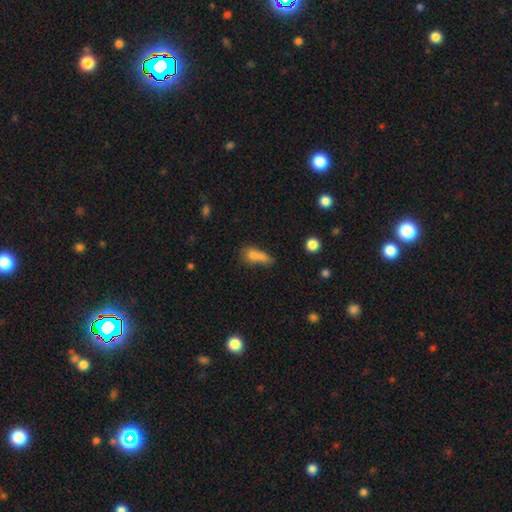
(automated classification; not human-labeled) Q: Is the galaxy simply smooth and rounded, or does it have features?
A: smooth — 73%.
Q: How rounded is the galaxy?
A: in between — 64%.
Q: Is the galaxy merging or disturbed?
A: merger — 33%.